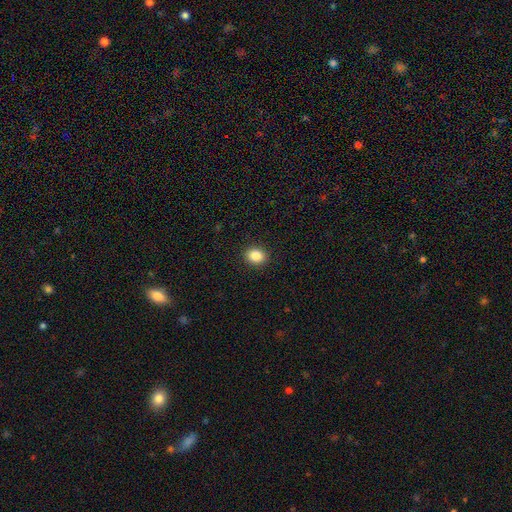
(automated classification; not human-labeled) A smooth galaxy with no disk features (86%) that is round (54%).

Vote fractions:
- Smooth or featured? smooth: 86% / star or artifact: 10% / featured or disk: 5%
- How rounded? round: 54% / in between: 45% / cigar-shaped: 1%
- Merging? none: 91% / minor disturbance: 6% / major disturbance: 2% / merger: 1%